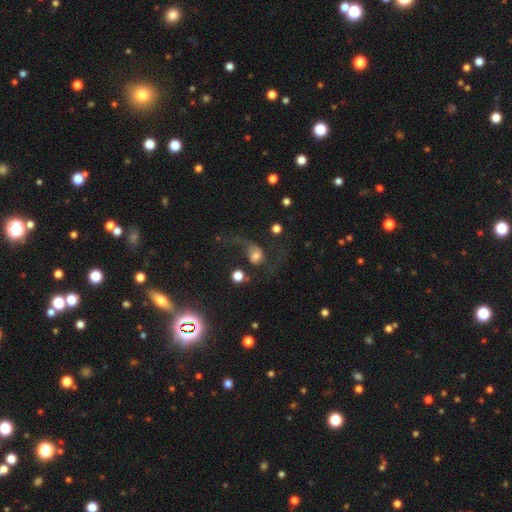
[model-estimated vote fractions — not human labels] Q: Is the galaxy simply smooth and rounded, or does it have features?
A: featured or disk — 48%.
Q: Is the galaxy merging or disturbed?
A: major disturbance — 40%.